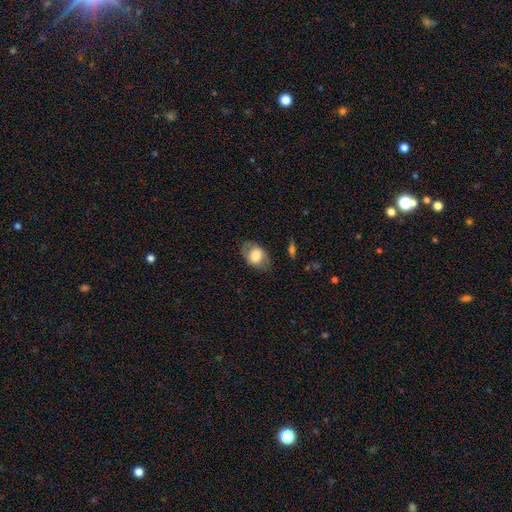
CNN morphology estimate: This appears to be a smooth galaxy with no disk features (65%) that is in between round and cigar-shaped (81%). Merging: none (69%).